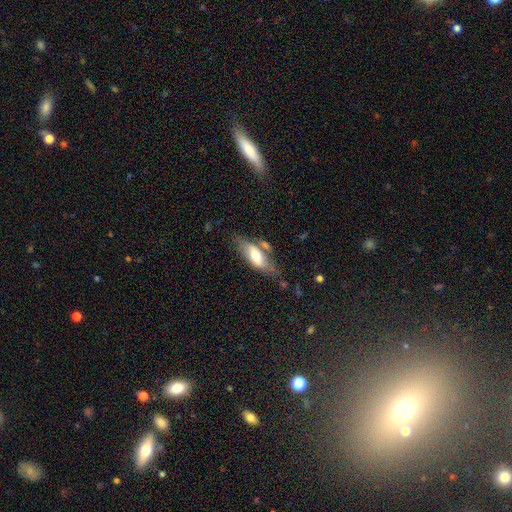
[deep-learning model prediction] This is possibly a smooth galaxy (59%). How rounded: likely in between (75%). Merging: possibly none (52%).